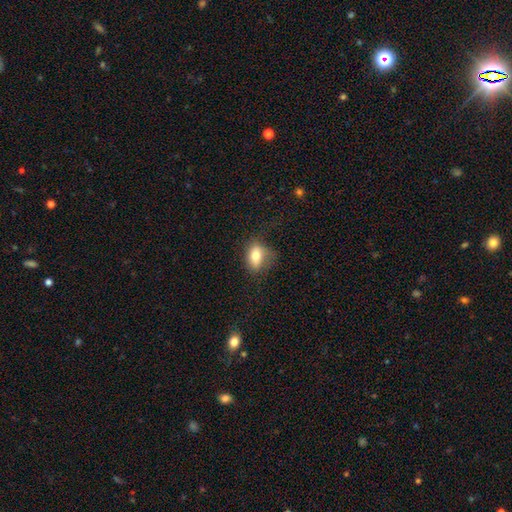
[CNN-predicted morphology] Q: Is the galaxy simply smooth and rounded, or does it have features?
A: smooth — 73%.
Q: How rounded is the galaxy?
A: in between — 79%.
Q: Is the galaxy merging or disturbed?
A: none — 60%.